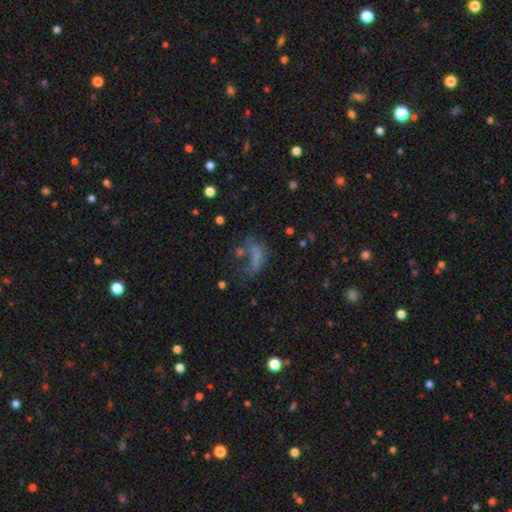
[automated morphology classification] Smooth or featured?
  - smooth: 50% *
  - featured or disk: 30%
  - star or artifact: 20%
How rounded?
  - in between: 71% *
  - cigar-shaped: 17%
  - round: 12%
Merging?
  - major disturbance: 43% *
  - none: 26%
  - minor disturbance: 16%
  - merger: 15%